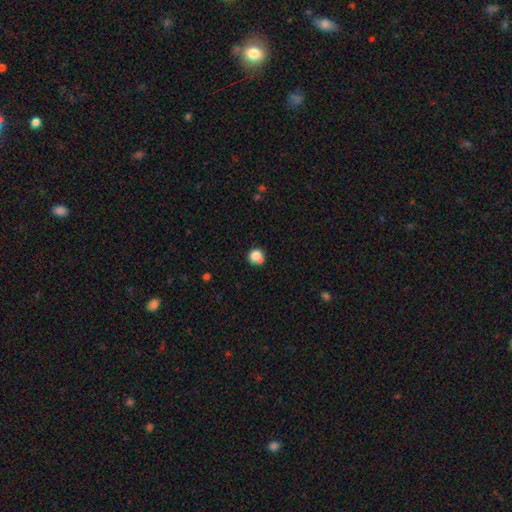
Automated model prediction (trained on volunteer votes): Smooth or featured?
  - smooth: 81% *
  - star or artifact: 10%
  - featured or disk: 9%
How rounded?
  - round: 87% *
  - in between: 12%
  - cigar-shaped: 1%
Merging?
  - none: 55% *
  - merger: 25%
  - minor disturbance: 15%
  - major disturbance: 5%